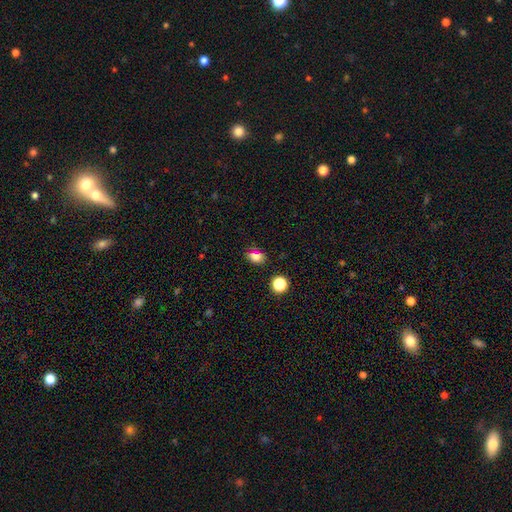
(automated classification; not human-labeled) smooth_or_featured: smooth (p=0.75) [alt: star or artifact p=0.18]
how_rounded: in between (p=0.68) [alt: round p=0.30]
merging: none (p=0.79) [alt: minor disturbance p=0.13]